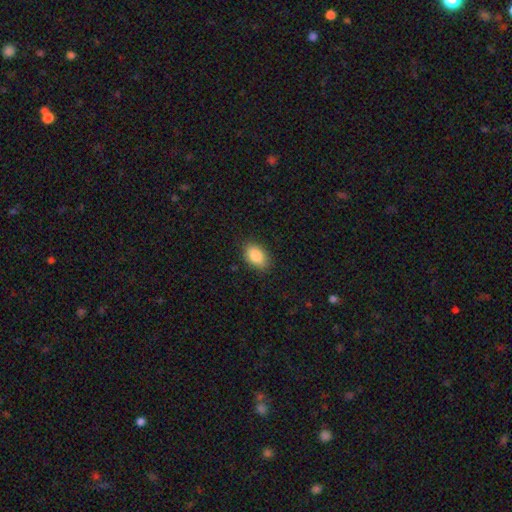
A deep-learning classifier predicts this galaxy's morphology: smooth-or-featured: smooth: 87% | star or artifact: 7% | featured or disk: 6%
  how-rounded: in between: 89% | round: 10% | cigar-shaped: 2%
  merging: none: 85% | minor disturbance: 11% | major disturbance: 3% | merger: 1%